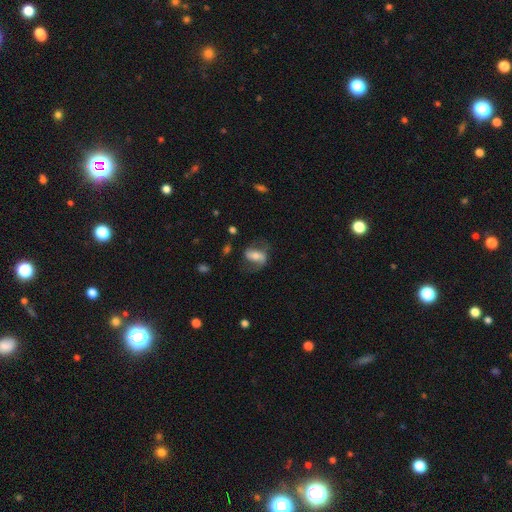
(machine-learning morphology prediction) Smooth or featured: featured or disk — 59% (smooth — 33%)
Edge-on disk: no — 94% (yes — 6%)
Bar: strong — 41% (weak — 32%)
Spiral arms: yes — 84% (no — 16%)
Bulge size: moderate — 47% (small — 35%)
Merging: none — 58% (minor disturbance — 21%)